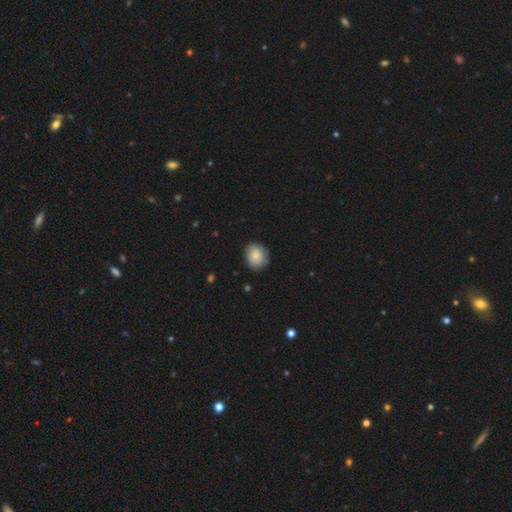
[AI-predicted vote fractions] This appears to be a smooth galaxy with no disk features (83%) that is round (61%). Merging: none (80%).